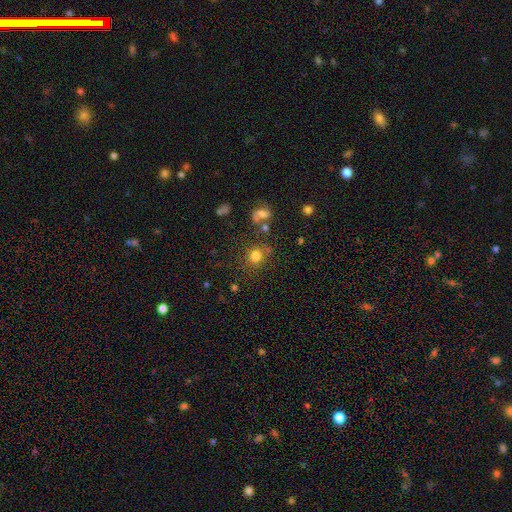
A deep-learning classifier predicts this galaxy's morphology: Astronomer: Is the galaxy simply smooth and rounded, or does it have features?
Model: smooth — 77%.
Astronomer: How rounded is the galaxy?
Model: round — 85%.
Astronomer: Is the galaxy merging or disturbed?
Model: none — 73%.